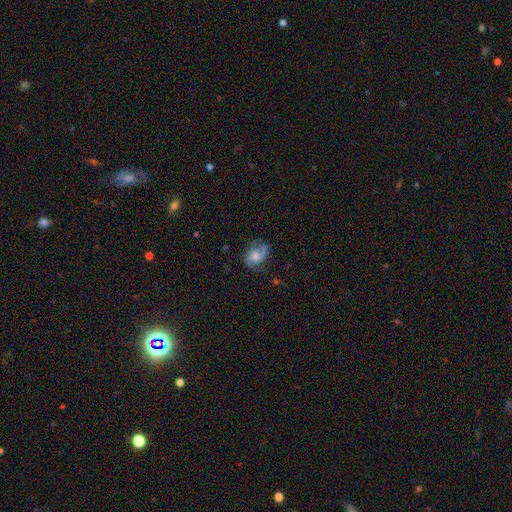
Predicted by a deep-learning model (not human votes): This is possibly a featured or disk galaxy (54%). It is clearly not viewed edge-on (97%). Bar: likely no (67%). Spiral arm pattern: clearly yes (86%). Central bulge: possibly moderate (50%). Merging: likely none (61%).